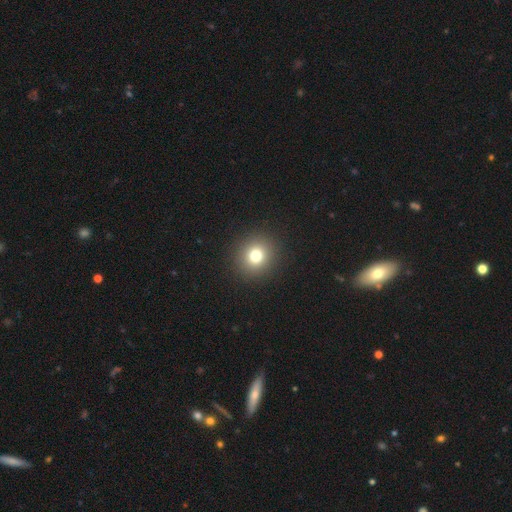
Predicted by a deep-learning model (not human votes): This is likely a smooth galaxy (77%). How rounded: clearly round (89%). Merging: clearly none (92%).